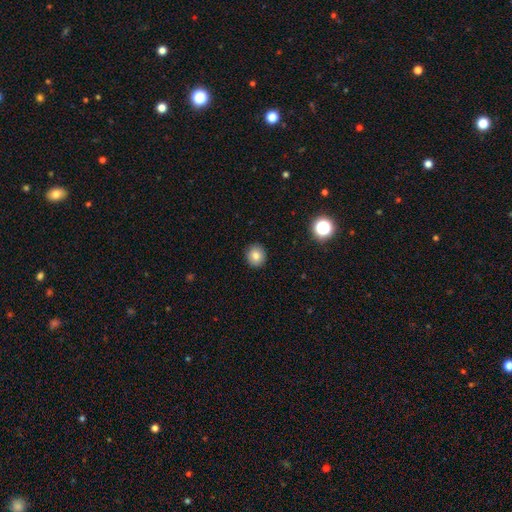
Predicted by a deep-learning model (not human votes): Morphology: type=smooth (80%); roundness=round (88%); merging=none (92%).